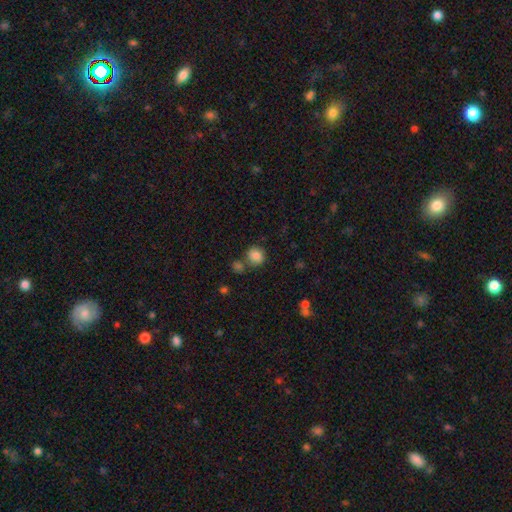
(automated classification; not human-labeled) Smooth or featured: smooth — 84% (star or artifact — 10%)
How rounded: round — 83% (in between — 16%)
Merging: none — 69% (merger — 15%)